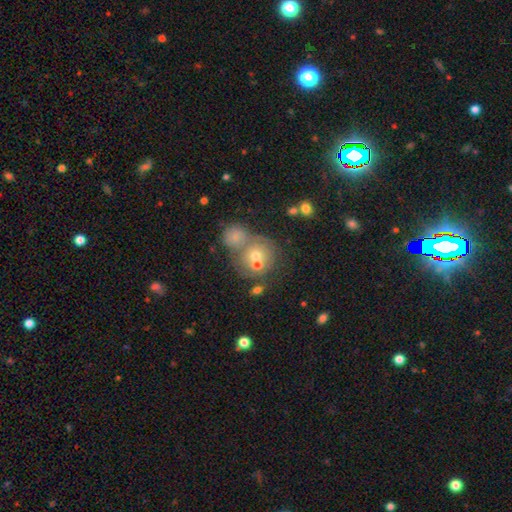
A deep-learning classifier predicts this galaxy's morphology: A smooth galaxy with no disk features (54%) that is round (82%). Merging: merger (51%).